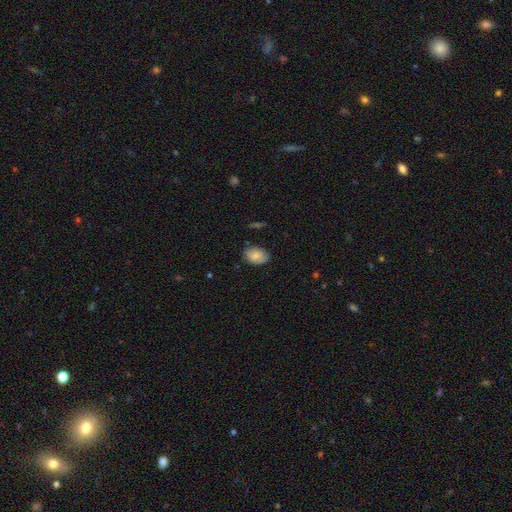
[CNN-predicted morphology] smooth-or-featured: smooth: 83% | featured or disk: 10% | star or artifact: 7%
  how-rounded: in between: 81% | round: 17% | cigar-shaped: 1%
  merging: none: 76% | minor disturbance: 19% | major disturbance: 3% | merger: 2%